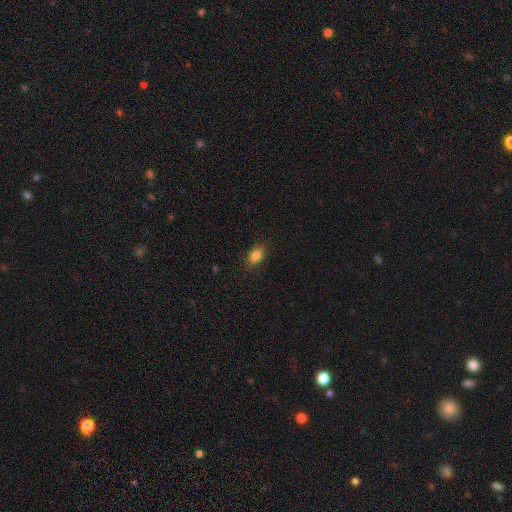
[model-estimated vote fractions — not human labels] This appears to be a smooth galaxy with no disk features (83%) that is in between round and cigar-shaped (80%). Merging: none (87%).